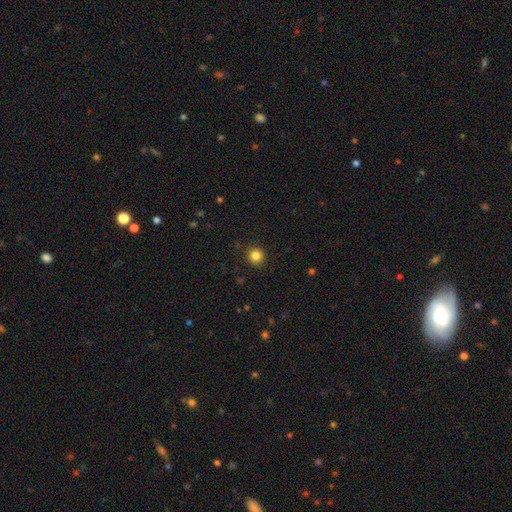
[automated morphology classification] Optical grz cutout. It shows a smooth galaxy with no disk features (83%) that is round (94%). Merging: none (91%).